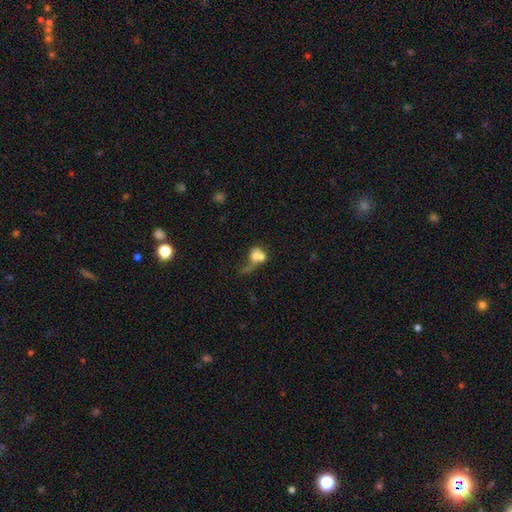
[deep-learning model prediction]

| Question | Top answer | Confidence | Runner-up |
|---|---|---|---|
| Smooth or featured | smooth | 59% | featured or disk (30%) |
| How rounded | in between | 49% | round (47%) |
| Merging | merger | 58% | major disturbance (20%) |